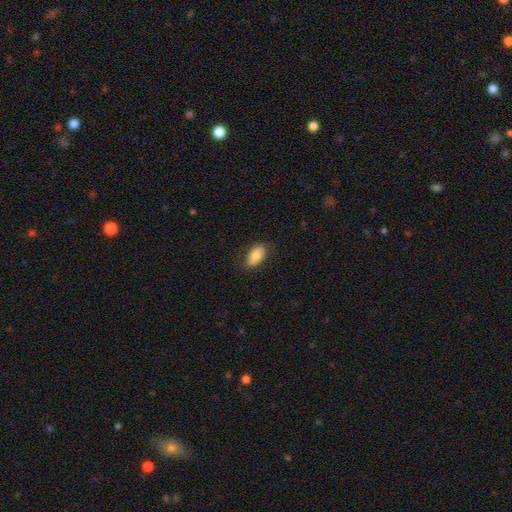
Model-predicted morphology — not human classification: smooth-or-featured: smooth: 75% | featured or disk: 18% | star or artifact: 7%
  how-rounded: in between: 92% | round: 6% | cigar-shaped: 2%
  merging: none: 81% | minor disturbance: 14% | major disturbance: 4% | merger: 1%